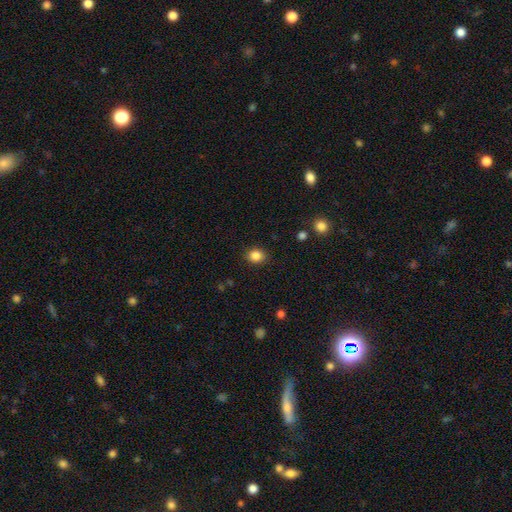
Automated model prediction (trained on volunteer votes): Overall: smooth (85%). How rounded: round (63%; in between 36%). Merging: none (89%).